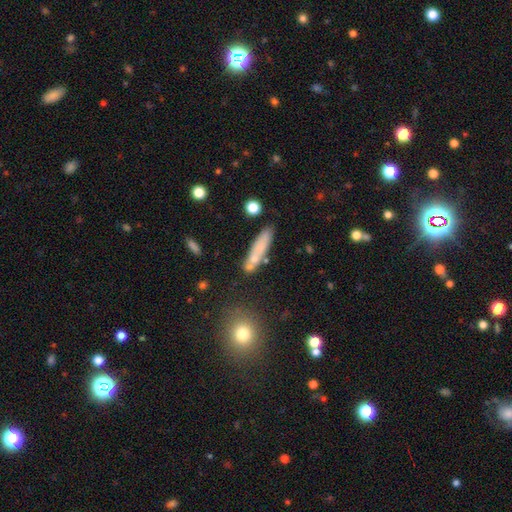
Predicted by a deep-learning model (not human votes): The model was most divided on "smooth or featured": smooth: 67%, featured or disk: 22%, star or artifact: 11%. More confident: how rounded — cigar-shaped (76%); merging — none (72%).